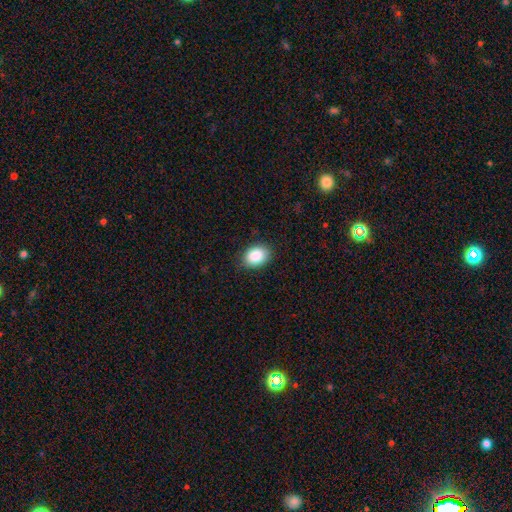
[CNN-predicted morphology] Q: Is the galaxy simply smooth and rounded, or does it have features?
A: smooth — 88%.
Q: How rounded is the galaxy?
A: in between — 76%.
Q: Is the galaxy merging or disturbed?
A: none — 85%.